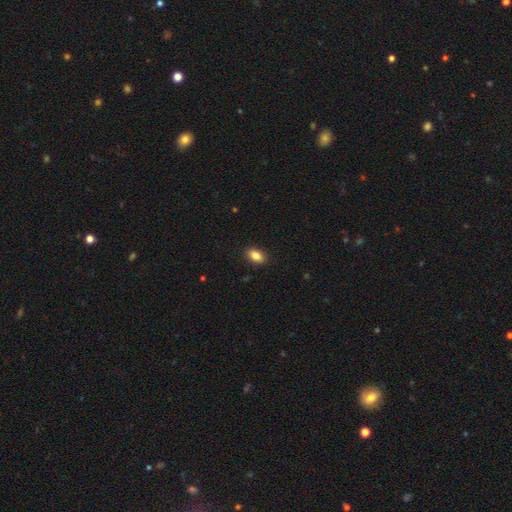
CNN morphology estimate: This appears to be a smooth galaxy with no disk features (86%) that is in between round and cigar-shaped (90%). Merging: none (89%).